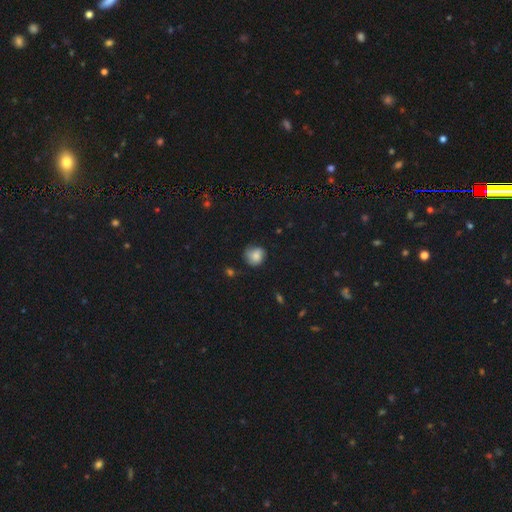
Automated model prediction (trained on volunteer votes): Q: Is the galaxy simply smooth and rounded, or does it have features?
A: smooth — 80%.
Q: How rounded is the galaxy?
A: round — 80%.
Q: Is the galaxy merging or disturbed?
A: none — 63%.